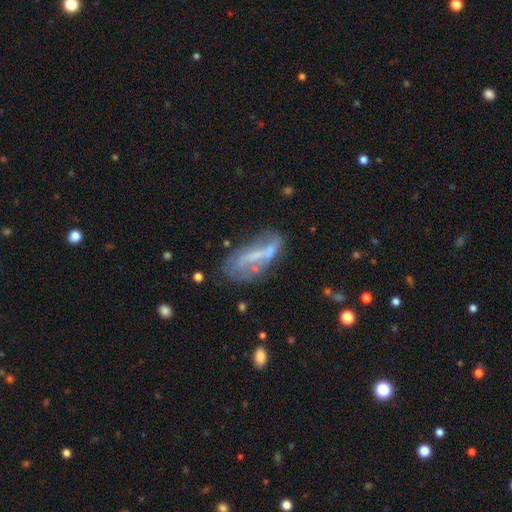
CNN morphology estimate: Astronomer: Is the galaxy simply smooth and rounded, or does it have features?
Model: featured or disk — 56% (runner-up: smooth, 33%).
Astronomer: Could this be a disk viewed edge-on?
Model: no — 82%.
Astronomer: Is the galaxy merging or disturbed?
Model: none — 47% (runner-up: minor disturbance, 25%).